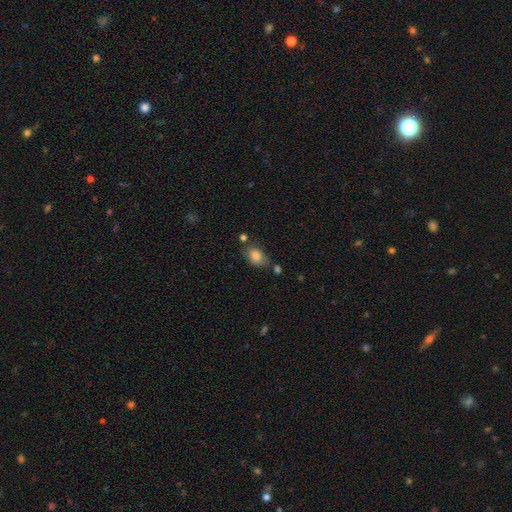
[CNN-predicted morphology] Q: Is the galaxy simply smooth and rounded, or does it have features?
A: smooth — 84%.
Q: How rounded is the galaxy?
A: in between — 79%.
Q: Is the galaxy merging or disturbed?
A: none — 62%.